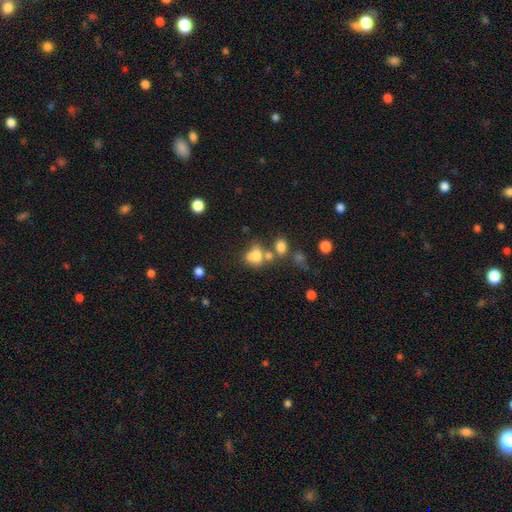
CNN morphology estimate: Overall: smooth (69%). How rounded: in between (55%; round 44%). Merging: merger (43%; none 32%).